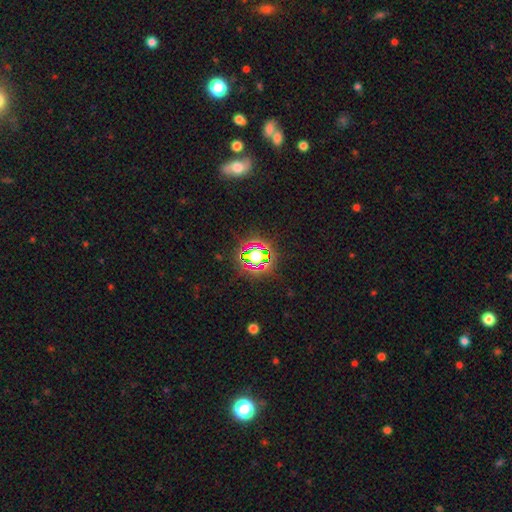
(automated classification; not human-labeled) Morphology: type=star or artifact (60%).